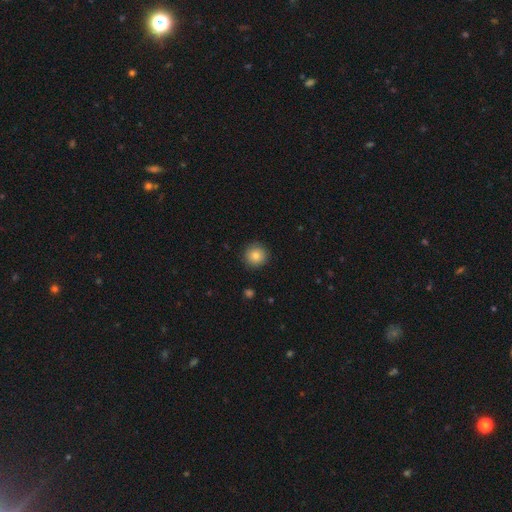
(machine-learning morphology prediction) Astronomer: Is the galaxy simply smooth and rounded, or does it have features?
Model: smooth — 83%.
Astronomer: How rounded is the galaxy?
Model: round — 94%.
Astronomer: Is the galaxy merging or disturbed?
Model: none — 89%.